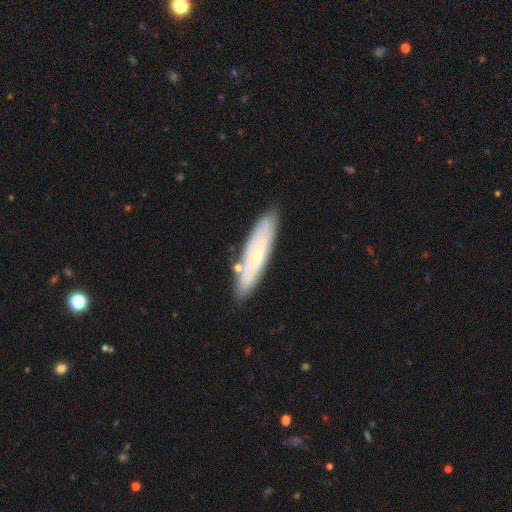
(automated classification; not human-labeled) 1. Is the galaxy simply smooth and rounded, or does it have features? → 50% featured or disk, 43% smooth, 7% star or artifact.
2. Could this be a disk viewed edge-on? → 51% no, 49% yes.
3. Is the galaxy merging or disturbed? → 80% none, 13% minor disturbance, 5% merger, 2% major disturbance.